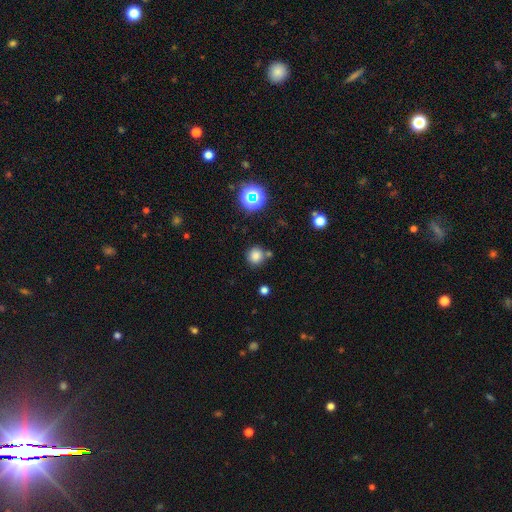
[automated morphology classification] Smooth or featured?
  - smooth: 78% *
  - star or artifact: 17%
  - featured or disk: 6%
How rounded?
  - round: 92% *
  - in between: 7%
  - cigar-shaped: 1%
Merging?
  - none: 77% *
  - minor disturbance: 10%
  - merger: 10%
  - major disturbance: 3%